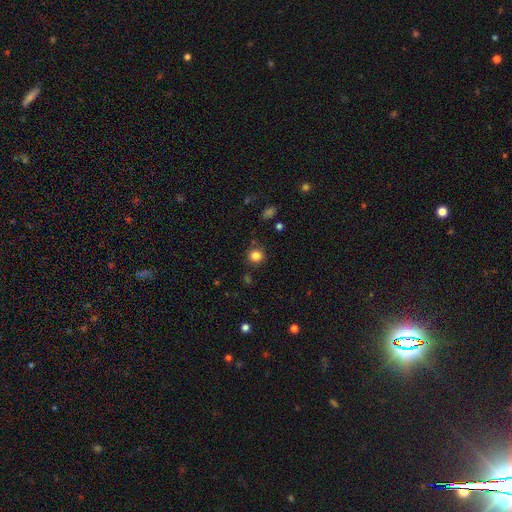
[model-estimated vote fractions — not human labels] A smooth galaxy with no disk features (83%) that is round (89%). Merging: none (84%).